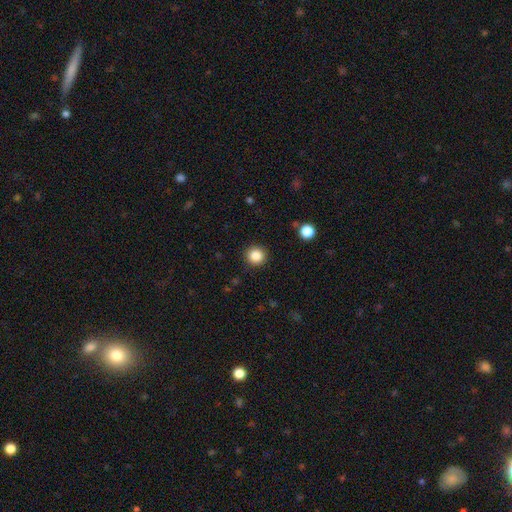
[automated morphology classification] Smooth or featured? Predicted: smooth (p=0.85). How rounded? Predicted: round (p=0.94). Merging? Predicted: none (p=0.91).